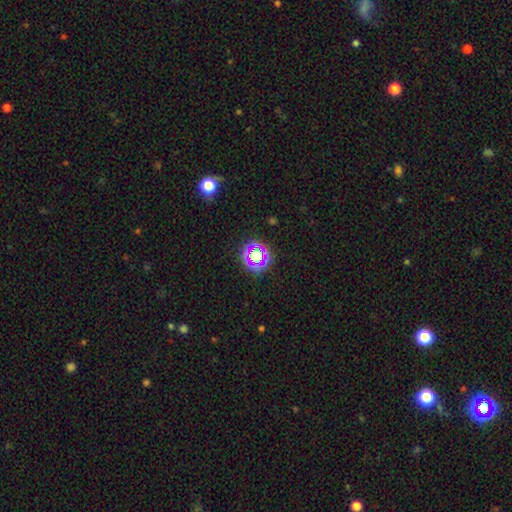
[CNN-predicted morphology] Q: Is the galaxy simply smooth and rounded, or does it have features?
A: star or artifact — 61%.